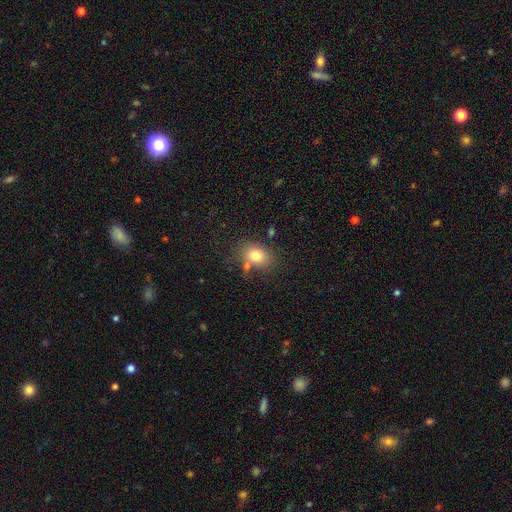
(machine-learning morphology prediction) Smooth or featured?
  - smooth: 78% *
  - featured or disk: 11%
  - star or artifact: 10%
How rounded?
  - in between: 67% *
  - round: 32%
  - cigar-shaped: 1%
Merging?
  - none: 65% *
  - minor disturbance: 16%
  - merger: 13%
  - major disturbance: 5%